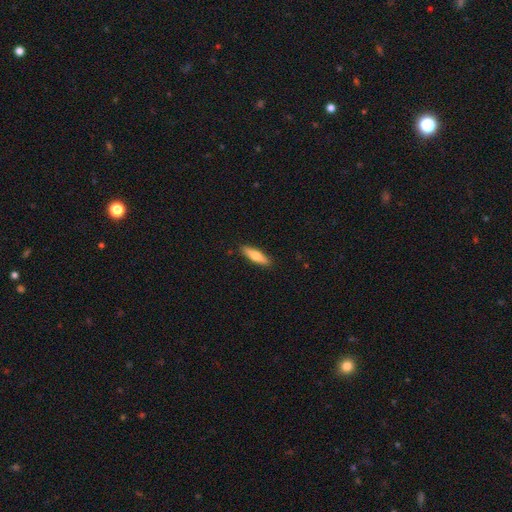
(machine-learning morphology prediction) Smooth or featured? Predicted: smooth (p=0.61). How rounded? Predicted: cigar-shaped (p=0.64). Merging? Predicted: none (p=0.90).